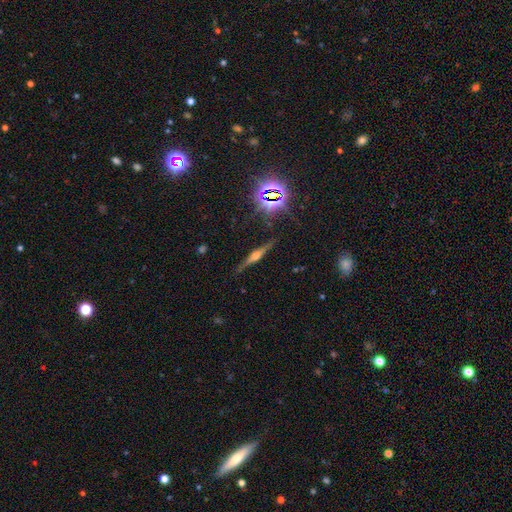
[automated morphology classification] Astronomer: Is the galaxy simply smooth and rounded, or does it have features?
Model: featured or disk — 70%.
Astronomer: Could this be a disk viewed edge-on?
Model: yes — 97%.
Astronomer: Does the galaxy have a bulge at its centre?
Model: rounded — 84%.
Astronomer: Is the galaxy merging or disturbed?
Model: none — 87%.